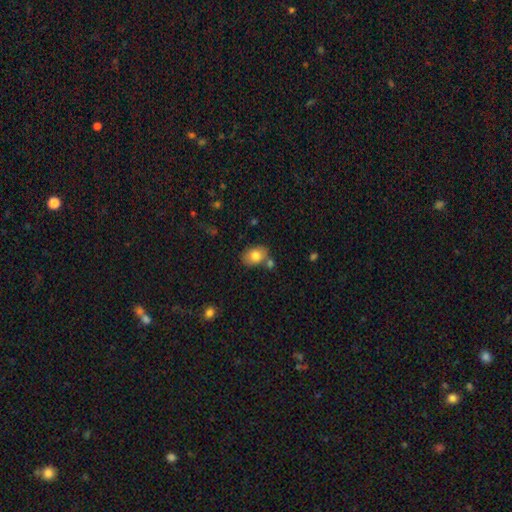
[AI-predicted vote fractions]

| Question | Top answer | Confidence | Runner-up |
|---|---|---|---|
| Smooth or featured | smooth | 79% | featured or disk (13%) |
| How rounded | in between | 72% | round (27%) |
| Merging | none | 65% | merger (16%) |